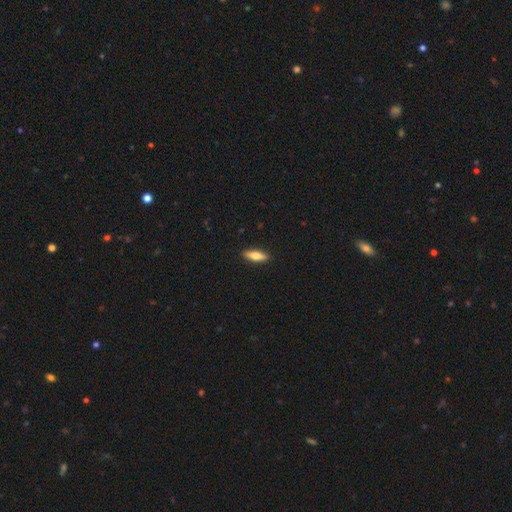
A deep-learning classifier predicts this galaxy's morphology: smooth_or_featured: smooth (p=0.70) [alt: featured or disk p=0.24]
how_rounded: cigar-shaped (p=0.50) [alt: in between p=0.48]
merging: none (p=0.90) [alt: minor disturbance p=0.07]